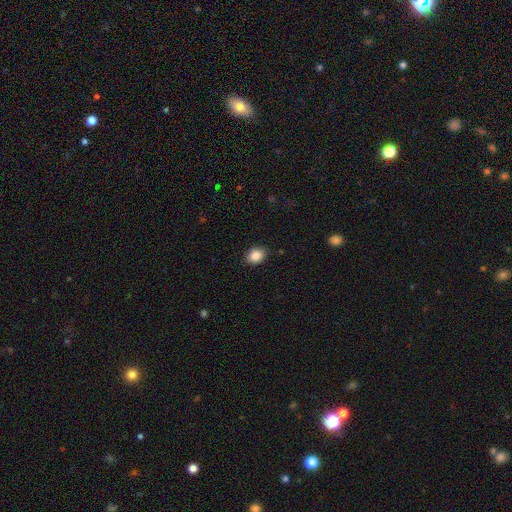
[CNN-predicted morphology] smooth-or-featured: smooth: 87% | star or artifact: 9% | featured or disk: 5%
  how-rounded: in between: 58% | round: 41% | cigar-shaped: 1%
  merging: none: 87% | minor disturbance: 9% | major disturbance: 2% | merger: 1%